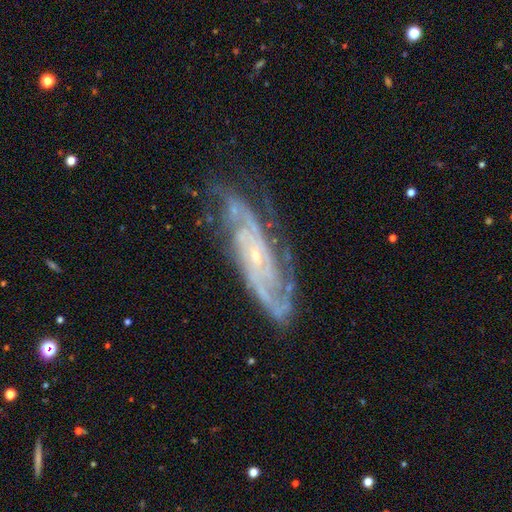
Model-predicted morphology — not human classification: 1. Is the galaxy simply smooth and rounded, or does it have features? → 88% featured or disk, 6% star or artifact, 6% smooth.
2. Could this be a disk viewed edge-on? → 88% no, 12% yes.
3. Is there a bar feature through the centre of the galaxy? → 68% no, 23% weak, 9% strong.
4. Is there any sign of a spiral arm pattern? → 97% yes, 3% no.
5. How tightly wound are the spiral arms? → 59% tight, 34% medium, 7% loose.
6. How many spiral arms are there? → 26% 2, 25% can't tell, 21% 3, 15% 4, 7% more than 4, 6% 1.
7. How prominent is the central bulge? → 84% small, 12% moderate, 2% none, 1% large, 1% dominant.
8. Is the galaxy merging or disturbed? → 69% none, 21% minor disturbance, 8% major disturbance, 2% merger.